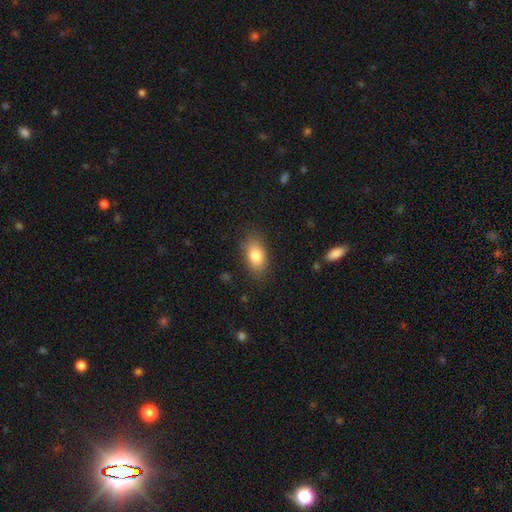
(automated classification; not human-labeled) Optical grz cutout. It shows a smooth galaxy with no disk features (82%) that is in between round and cigar-shaped (88%). Merging: none (83%).